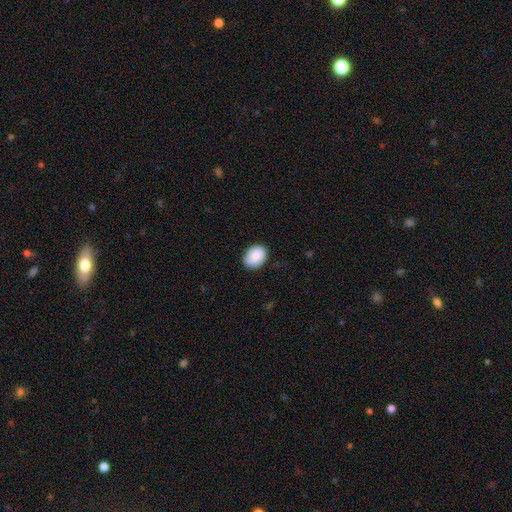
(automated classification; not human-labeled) Smooth or featured?
  - smooth: 86% *
  - featured or disk: 7%
  - star or artifact: 7%
How rounded?
  - in between: 64% *
  - round: 35%
  - cigar-shaped: 1%
Merging?
  - none: 79% *
  - minor disturbance: 17%
  - major disturbance: 3%
  - merger: 1%